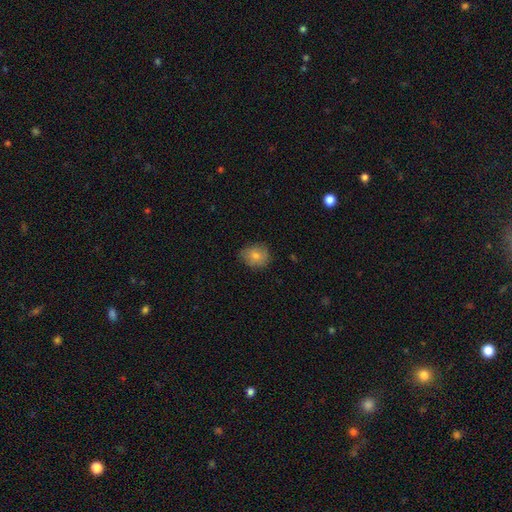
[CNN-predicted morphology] The model was most divided on "how rounded": round: 71%, in between: 28%, cigar-shaped: 1%. More confident: merging — none (79%); smooth or featured — smooth (73%).